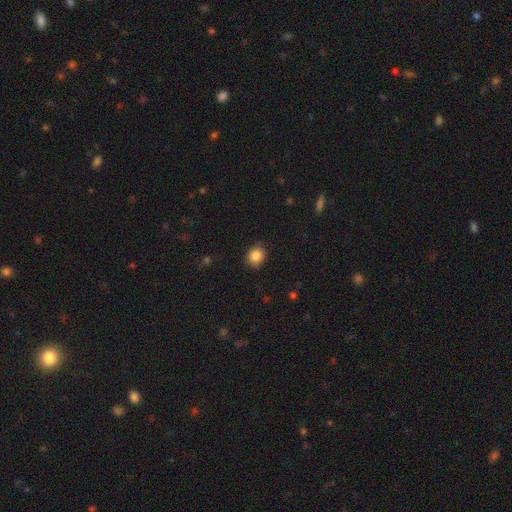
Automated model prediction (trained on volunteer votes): smooth_or_featured: smooth (p=0.86) [alt: star or artifact p=0.10]
how_rounded: round (p=0.69) [alt: in between p=0.30]
merging: none (p=0.83) [alt: minor disturbance p=0.14]